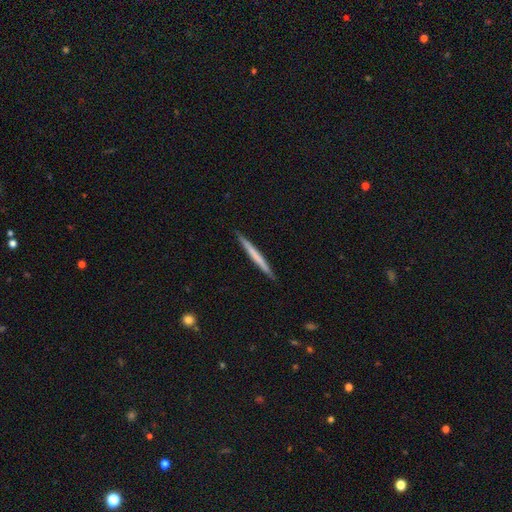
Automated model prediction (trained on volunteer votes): Smooth or featured? Predicted: smooth (p=0.54). How rounded? Predicted: cigar-shaped (p=0.97). Merging? Predicted: none (p=0.91).